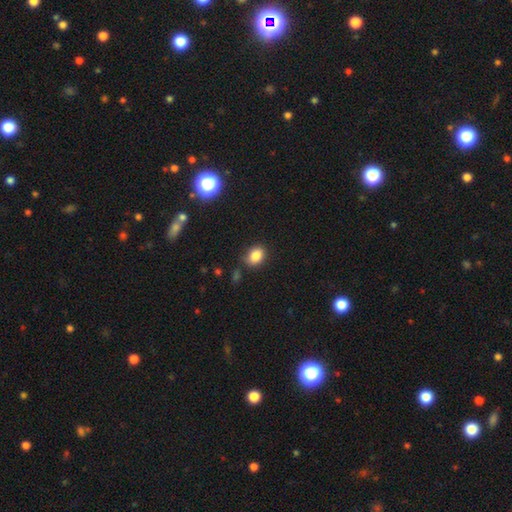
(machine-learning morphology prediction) Q: Smooth or featured?
A: smooth (84%); runner-up: star or artifact (11%)
Q: How rounded?
A: in between (58%); runner-up: round (41%)
Q: Merging?
A: none (78%); runner-up: minor disturbance (16%)